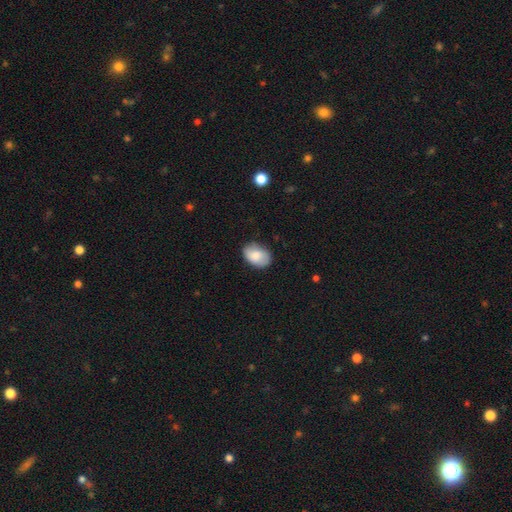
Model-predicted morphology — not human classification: Overall: smooth (79%). How rounded: in between (82%). Merging: none (79%).